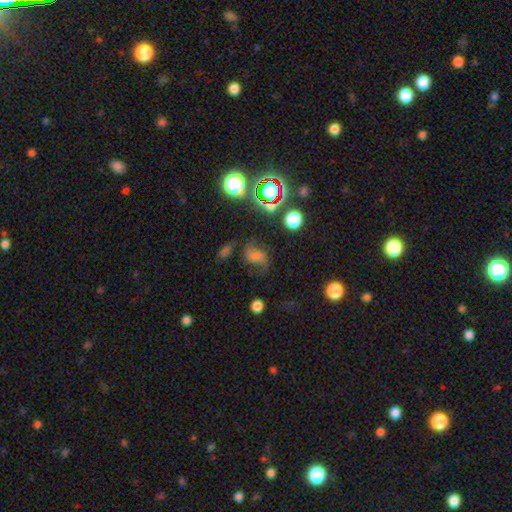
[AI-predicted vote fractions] The model was most divided on "smooth or featured": featured or disk: 51%, smooth: 25%, star or artifact: 24%. More confident: edge-on disk — no (96%); merging — none (60%).